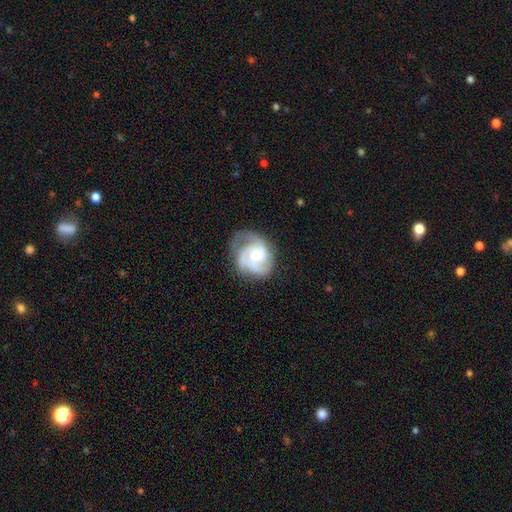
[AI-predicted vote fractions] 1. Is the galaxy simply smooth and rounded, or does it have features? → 82% featured or disk, 13% smooth, 5% star or artifact.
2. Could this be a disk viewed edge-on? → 98% no, 2% yes.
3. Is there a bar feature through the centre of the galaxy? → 67% no, 28% weak, 5% strong.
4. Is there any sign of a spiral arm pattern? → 96% yes, 4% no.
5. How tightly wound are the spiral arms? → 45% tight, 44% medium, 11% loose.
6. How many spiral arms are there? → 48% 3, 27% 2, 12% can't tell, 5% 4, 4% 1, 3% more than 4.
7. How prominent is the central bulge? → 55% moderate, 34% small, 7% large, 3% none, 1% dominant.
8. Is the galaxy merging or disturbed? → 63% none, 23% minor disturbance, 13% major disturbance, 2% merger.